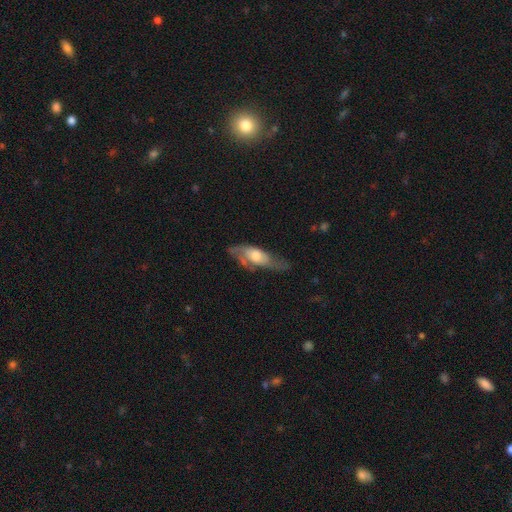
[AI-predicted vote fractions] This is possibly a featured or disk galaxy (55%). It is likely not viewed edge-on (72%). Merging: marginally none (42%).